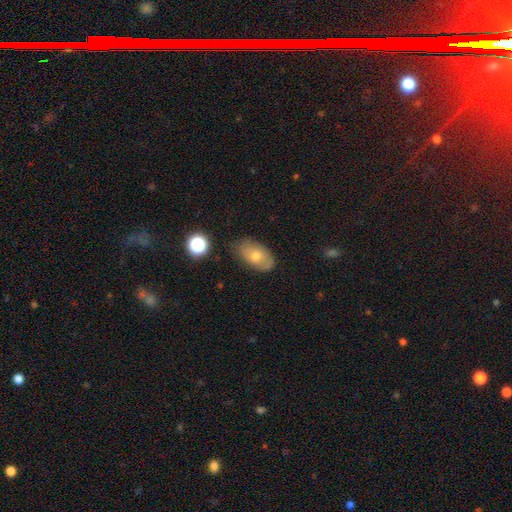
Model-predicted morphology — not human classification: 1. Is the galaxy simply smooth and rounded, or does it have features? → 62% smooth, 28% featured or disk, 10% star or artifact.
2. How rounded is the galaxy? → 91% in between, 7% round, 2% cigar-shaped.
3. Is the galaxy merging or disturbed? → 78% none, 17% minor disturbance, 4% major disturbance, 2% merger.